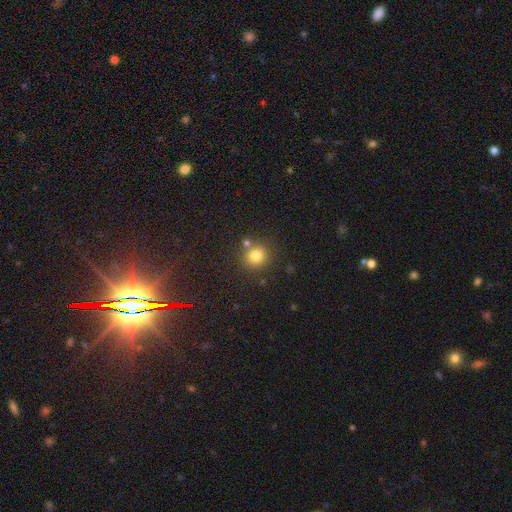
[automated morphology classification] Overall: smooth (80%). How rounded: round (89%). Merging: none (76%).